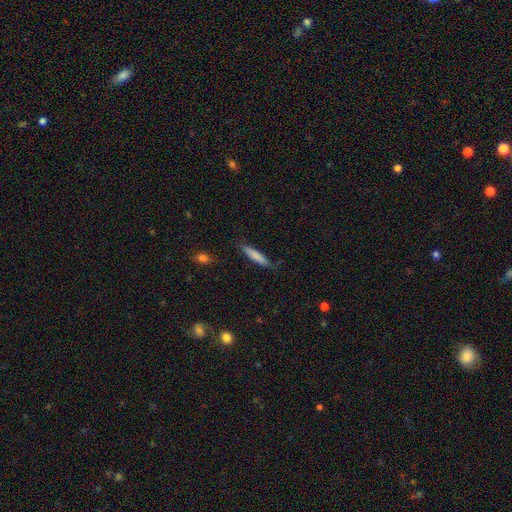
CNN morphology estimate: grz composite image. It shows a smooth galaxy with no disk features (77%) that is cigar-shaped (88%). Merging: none (80%).